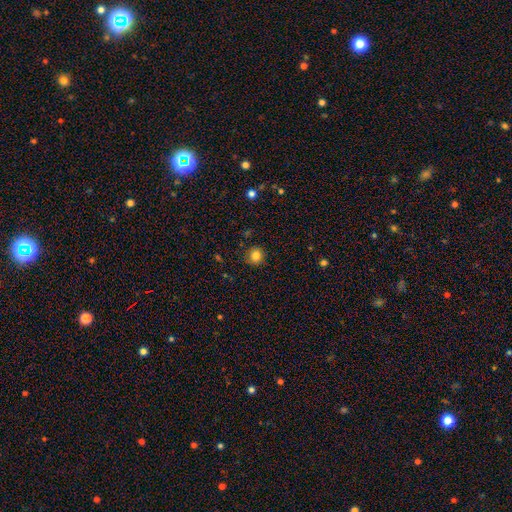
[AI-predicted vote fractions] A smooth galaxy with no disk features (82%) that is round (91%).

Vote fractions:
- Smooth or featured? smooth: 82% / star or artifact: 11% / featured or disk: 7%
- How rounded? round: 91% / in between: 8% / cigar-shaped: 1%
- Merging? none: 83% / minor disturbance: 13% / major disturbance: 3% / merger: 1%